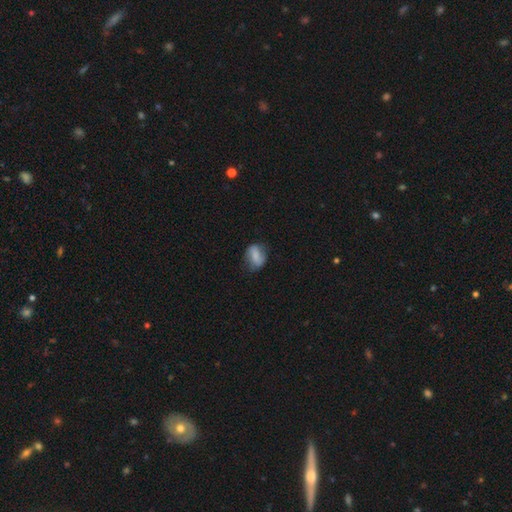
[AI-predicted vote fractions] Morphology: type=smooth (62%); roundness=in between (70%); merging=none (65%).